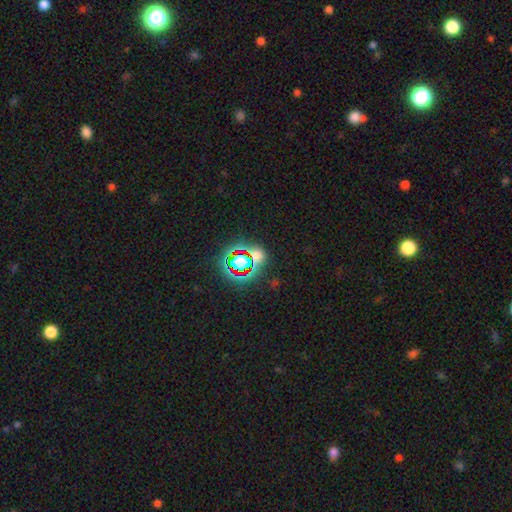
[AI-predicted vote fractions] Overall: star or artifact (60%; smooth 29%).